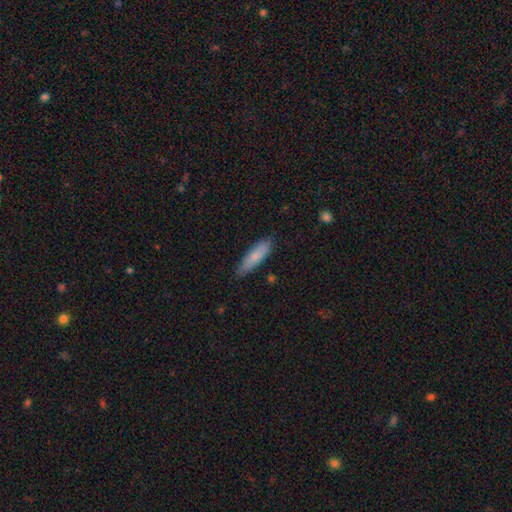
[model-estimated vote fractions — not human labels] Smooth or featured: smooth — 79% (featured or disk — 15%)
How rounded: cigar-shaped — 66% (in between — 32%)
Merging: none — 84% (minor disturbance — 13%)